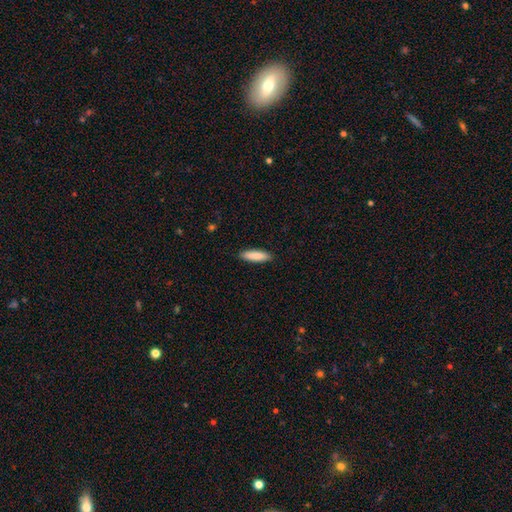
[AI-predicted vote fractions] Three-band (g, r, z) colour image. It shows a smooth galaxy with no disk features (87%) that is cigar-shaped (65%). Merging: none (90%).